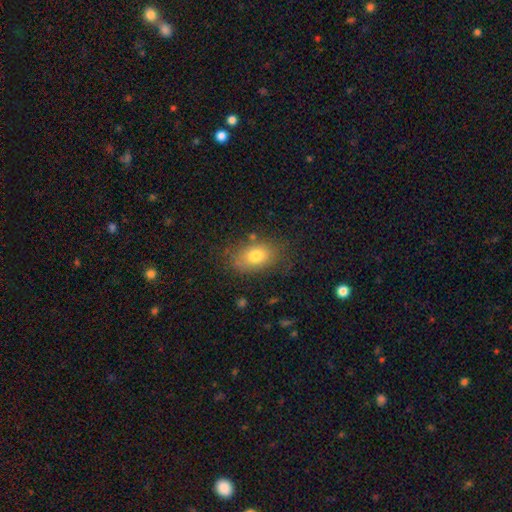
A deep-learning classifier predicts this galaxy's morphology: smooth_or_featured: smooth (p=0.77) [alt: featured or disk p=0.14]
how_rounded: in between (p=0.83) [alt: round p=0.15]
merging: none (p=0.74) [alt: minor disturbance p=0.17]